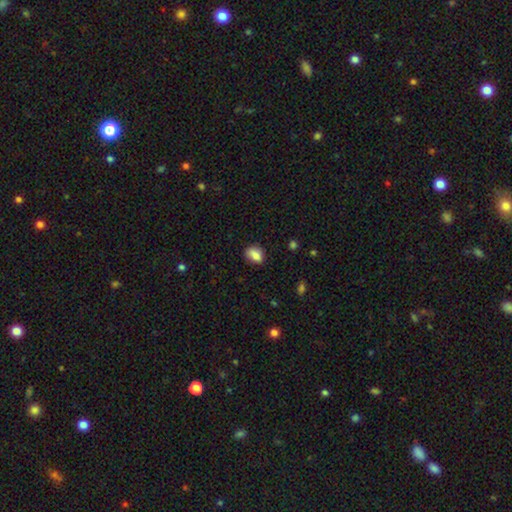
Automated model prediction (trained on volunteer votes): The model was most divided on "how rounded": in between: 69%, round: 28%, cigar-shaped: 3%. More confident: smooth or featured — smooth (78%); merging — none (72%).